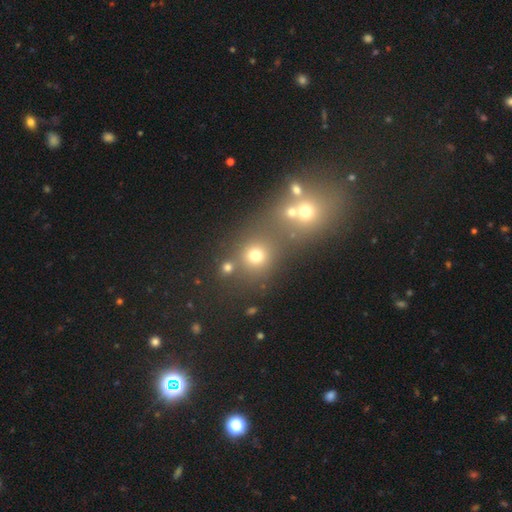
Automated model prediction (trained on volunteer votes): A smooth galaxy with no disk features (71%) that is round (82%).

Vote fractions:
- Smooth or featured? smooth: 71% / star or artifact: 20% / featured or disk: 9%
- How rounded? round: 82% / in between: 17% / cigar-shaped: 1%
- Merging? none: 59% / merger: 27% / minor disturbance: 9% / major disturbance: 5%